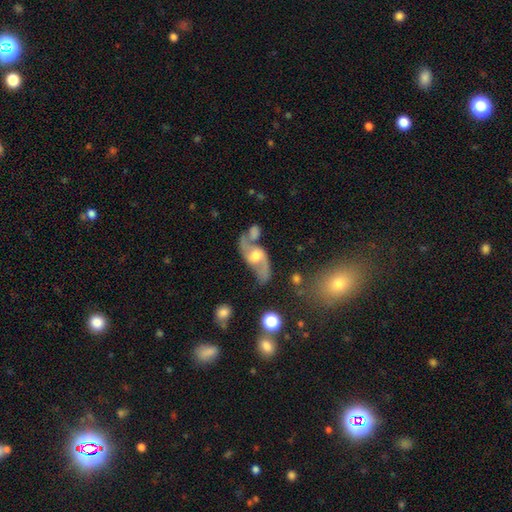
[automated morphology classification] Q: Smooth or featured?
A: featured or disk (80%); runner-up: smooth (13%)
Q: Edge-on disk?
A: no (91%); runner-up: yes (9%)
Q: Bar?
A: no (54%); runner-up: weak (35%)
Q: Spiral arms?
A: yes (89%); runner-up: no (11%)
Q: Spiral winding?
A: loose (70%); runner-up: medium (24%)
Q: Spiral arm count?
A: 2 (91%); runner-up: can't tell (4%)
Q: Bulge size?
A: moderate (66%); runner-up: large (16%)
Q: Merging?
A: none (45%); runner-up: merger (20%)